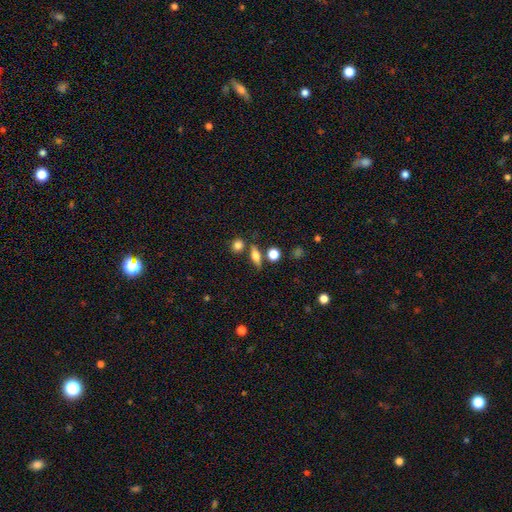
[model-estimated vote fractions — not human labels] This is likely a smooth galaxy (62%). How rounded: possibly in between (52%). Merging: likely none (72%).